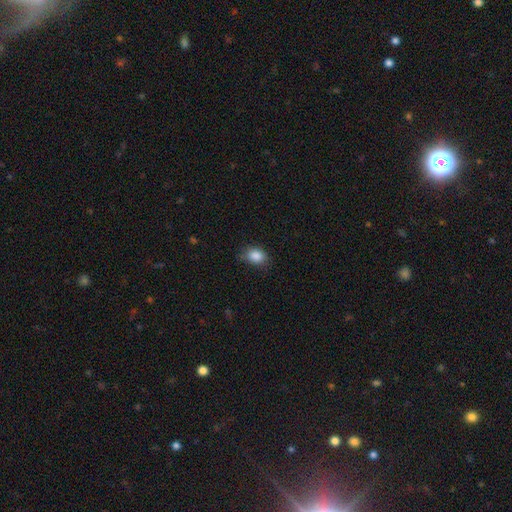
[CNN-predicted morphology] Smooth or featured?
  - smooth: 87% *
  - star or artifact: 9%
  - featured or disk: 5%
How rounded?
  - in between: 70% *
  - round: 28%
  - cigar-shaped: 1%
Merging?
  - none: 74% *
  - minor disturbance: 21%
  - major disturbance: 4%
  - merger: 1%